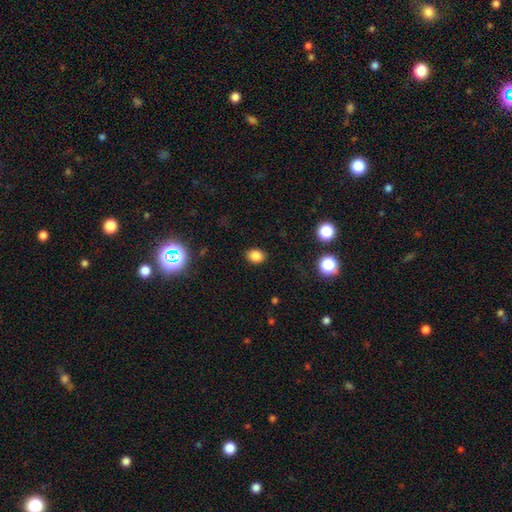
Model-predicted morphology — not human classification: Q: Smooth or featured?
A: smooth (83%); runner-up: star or artifact (12%)
Q: How rounded?
A: in between (58%); runner-up: round (41%)
Q: Merging?
A: none (87%); runner-up: minor disturbance (9%)